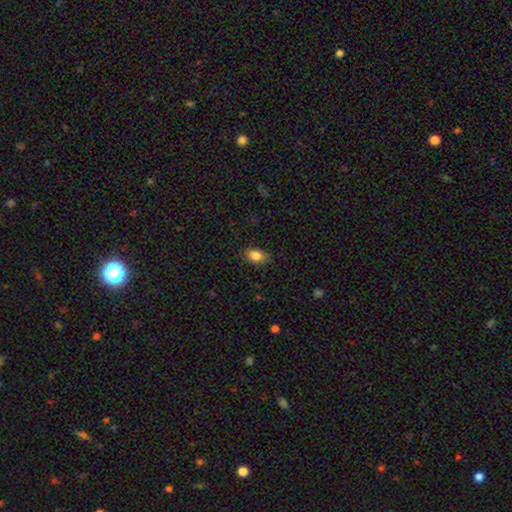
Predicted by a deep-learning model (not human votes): A smooth galaxy with no disk features (85%) that is in between round and cigar-shaped (81%).

Vote fractions:
- Smooth or featured? smooth: 85% / star or artifact: 9% / featured or disk: 6%
- How rounded? in between: 81% / round: 17% / cigar-shaped: 2%
- Merging? none: 84% / minor disturbance: 13% / major disturbance: 3% / merger: 1%